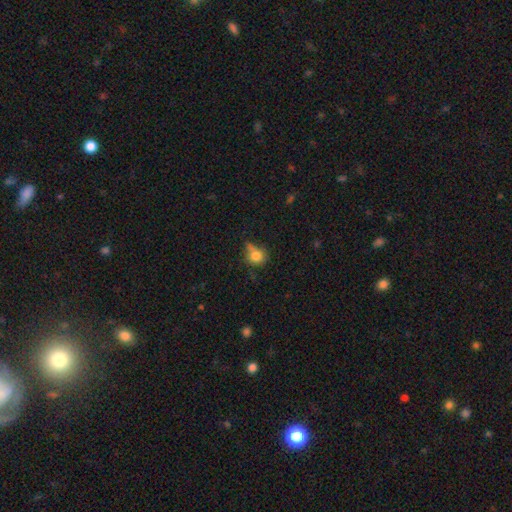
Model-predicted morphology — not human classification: The model was most divided on "merging": none: 50%, minor disturbance: 31%, major disturbance: 11%, merger: 9%. More confident: smooth or featured — smooth (79%); how rounded — round (75%).